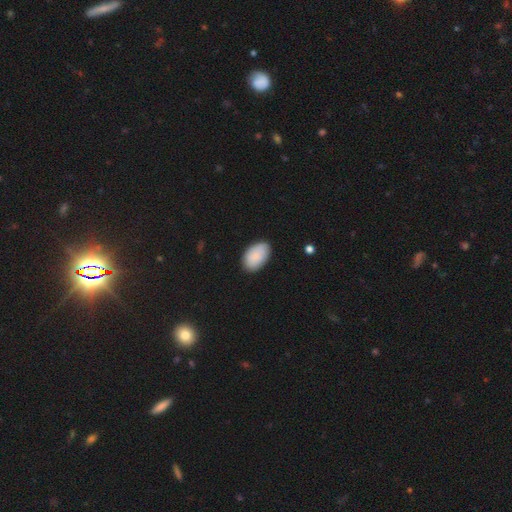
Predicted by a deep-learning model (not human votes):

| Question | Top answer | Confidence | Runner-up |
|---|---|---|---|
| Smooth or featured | smooth | 88% | star or artifact (6%) |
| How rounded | in between | 93% | round (6%) |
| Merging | none | 83% | minor disturbance (14%) |